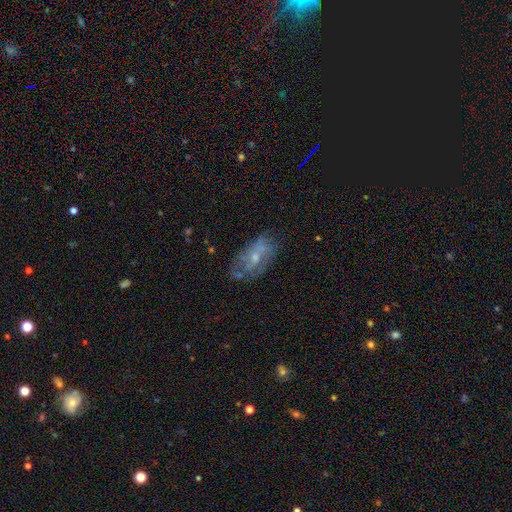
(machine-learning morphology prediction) Smooth or featured?
  - featured or disk: 54% *
  - smooth: 36%
  - star or artifact: 10%
Edge-on disk?
  - no: 92% *
  - yes: 8%
Bar?
  - no: 73% *
  - weak: 22%
  - strong: 4%
Spiral arms?
  - no: 61% *
  - yes: 39%
Bulge size?
  - small: 49% *
  - moderate: 42%
  - none: 6%
  - large: 2%
  - dominant: 1%
Merging?
  - none: 55% *
  - minor disturbance: 26%
  - major disturbance: 15%
  - merger: 4%